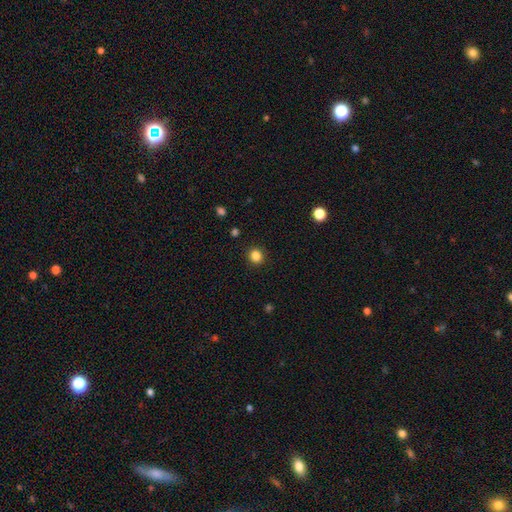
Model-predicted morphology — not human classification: smooth_or_featured: smooth (p=0.85) [alt: star or artifact p=0.12]
how_rounded: round (p=0.86) [alt: in between p=0.13]
merging: none (p=0.91) [alt: minor disturbance p=0.06]